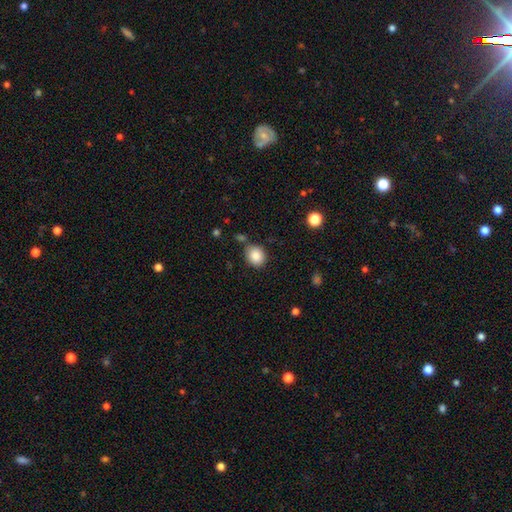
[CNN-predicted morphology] smooth-or-featured: smooth: 87% | star or artifact: 9% | featured or disk: 5%
  how-rounded: round: 70% | in between: 29% | cigar-shaped: 1%
  merging: none: 77% | minor disturbance: 13% | merger: 6% | major disturbance: 3%